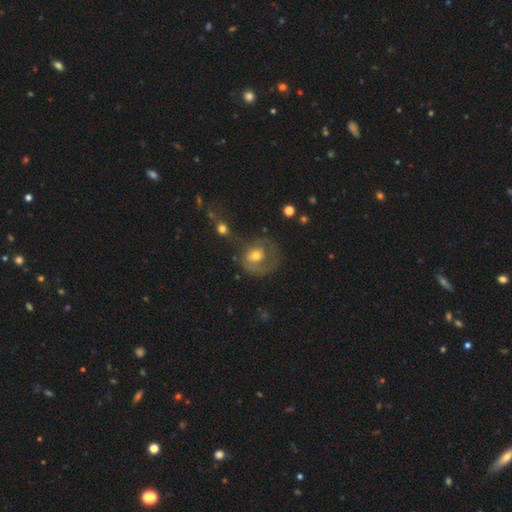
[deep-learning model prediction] Overall: featured or disk (54%; smooth 37%). Edge-on disk: no (97%). Bar: no (74%). Spiral arms: yes (61%; no 39%). Bulge size: moderate (68%). Merging: none (38%; major disturbance 32%).